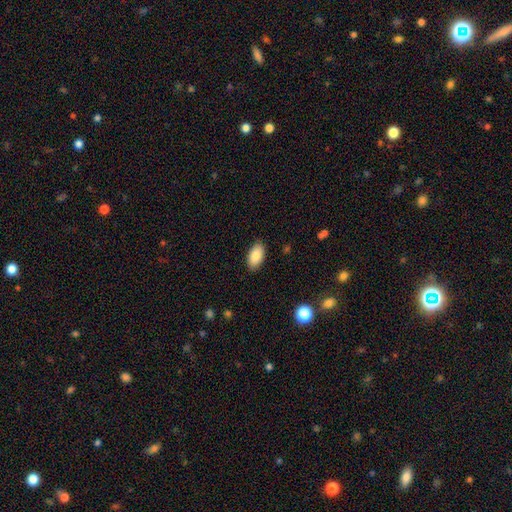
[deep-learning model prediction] smooth_or_featured: smooth (p=0.87) [alt: star or artifact p=0.07]
how_rounded: in between (p=0.94) [alt: round p=0.04]
merging: none (p=0.88) [alt: minor disturbance p=0.09]